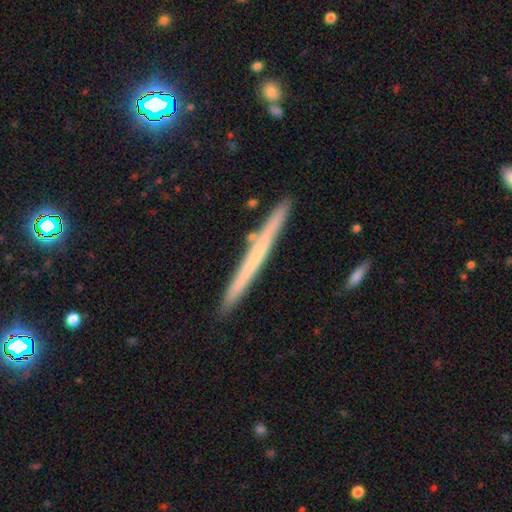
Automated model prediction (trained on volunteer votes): Smooth or featured? Predicted: featured or disk (p=0.52). Edge-on disk? Predicted: yes (p=0.96). Merging? Predicted: none (p=0.89).